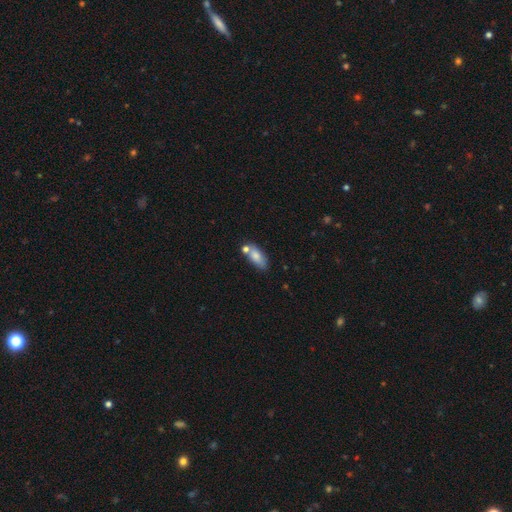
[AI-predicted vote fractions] Smooth or featured?
  - smooth: 76% *
  - featured or disk: 16%
  - star or artifact: 7%
How rounded?
  - in between: 81% *
  - cigar-shaped: 15%
  - round: 4%
Merging?
  - none: 61% *
  - merger: 19%
  - minor disturbance: 16%
  - major disturbance: 4%